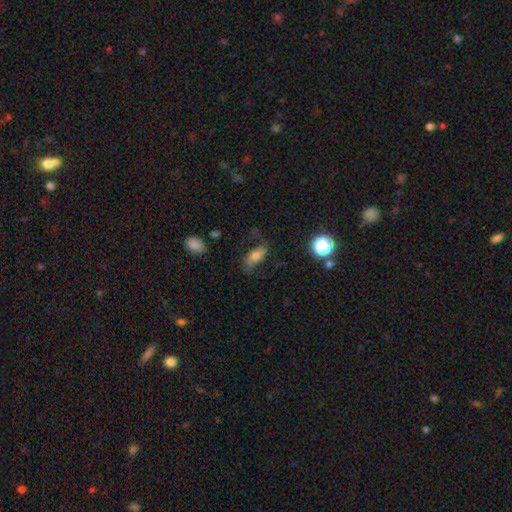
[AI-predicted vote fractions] Q: Smooth or featured?
A: smooth (63%); runner-up: featured or disk (27%)
Q: How rounded?
A: in between (85%); runner-up: cigar-shaped (8%)
Q: Merging?
A: none (63%); runner-up: minor disturbance (23%)